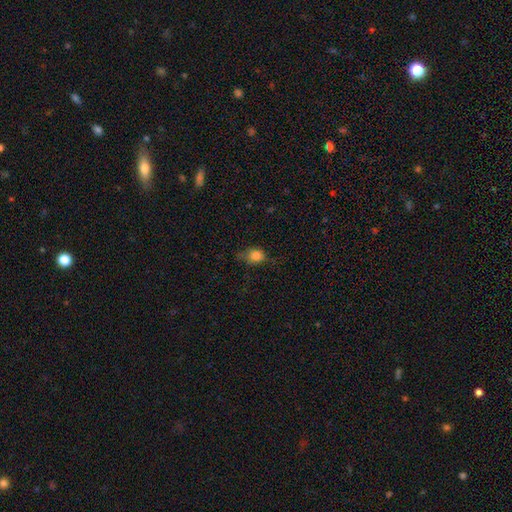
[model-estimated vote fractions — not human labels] Smooth or featured?
  - smooth: 81% *
  - star or artifact: 11%
  - featured or disk: 8%
How rounded?
  - round: 53% *
  - in between: 45%
  - cigar-shaped: 2%
Merging?
  - none: 52% *
  - minor disturbance: 33%
  - major disturbance: 12%
  - merger: 2%